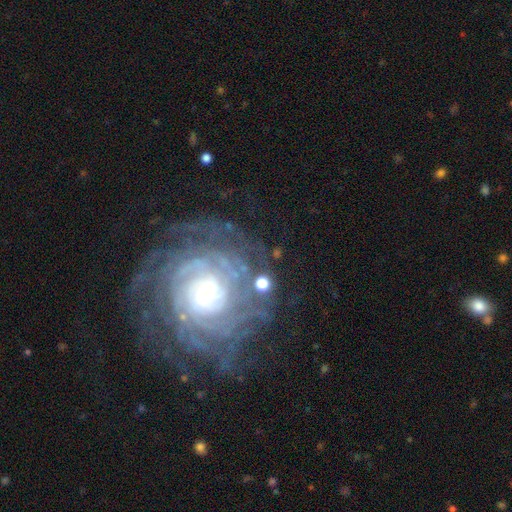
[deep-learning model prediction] Smooth or featured?
  - featured or disk: 86% *
  - star or artifact: 8%
  - smooth: 6%
Edge-on disk?
  - no: 97% *
  - yes: 3%
Bar?
  - no: 55% *
  - weak: 30%
  - strong: 14%
Spiral arms?
  - yes: 97% *
  - no: 3%
Spiral winding?
  - tight: 82% *
  - medium: 15%
  - loose: 3%
Spiral arm count?
  - can't tell: 32% *
  - more than 4: 22%
  - 4: 16%
  - 3: 12%
  - 2: 10%
  - 1: 7%
Bulge size?
  - small: 57% *
  - moderate: 35%
  - large: 5%
  - none: 2%
  - dominant: 1%
Merging?
  - none: 79% *
  - minor disturbance: 12%
  - major disturbance: 7%
  - merger: 2%